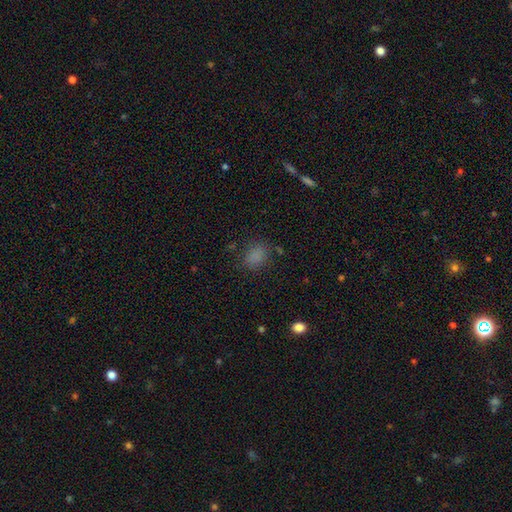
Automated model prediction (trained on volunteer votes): Overall: smooth (80%). How rounded: in between (64%; round 35%). Merging: none (78%).